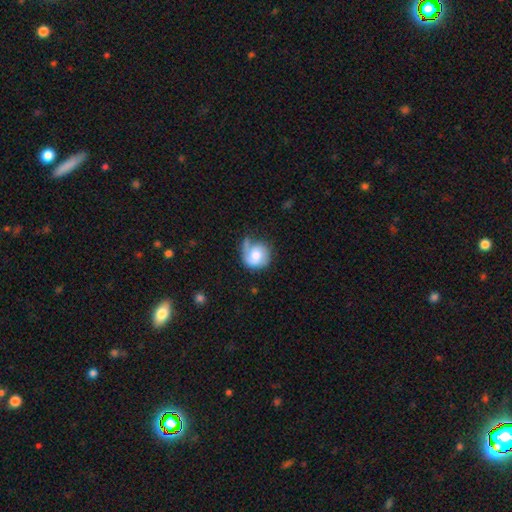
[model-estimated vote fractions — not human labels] The model was most divided on "merging": none: 43%, minor disturbance: 32%, major disturbance: 19%, merger: 7%. More confident: how rounded — round (83%); smooth or featured — smooth (62%).